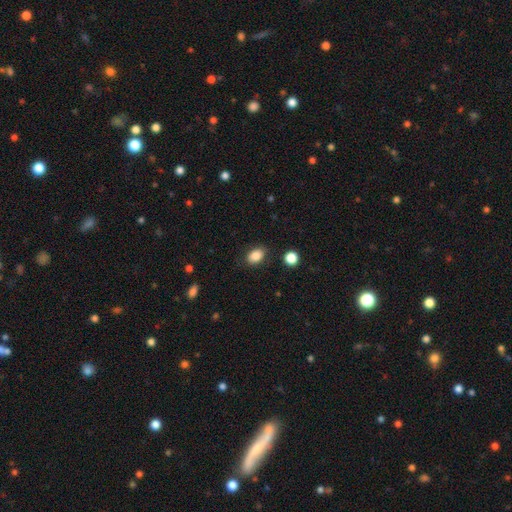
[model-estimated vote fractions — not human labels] A smooth galaxy with no disk features (86%) that is in between round and cigar-shaped (79%).

Vote fractions:
- Smooth or featured? smooth: 86% / star or artifact: 9% / featured or disk: 5%
- How rounded? in between: 79% / round: 20% / cigar-shaped: 1%
- Merging? none: 84% / minor disturbance: 11% / major disturbance: 3% / merger: 2%